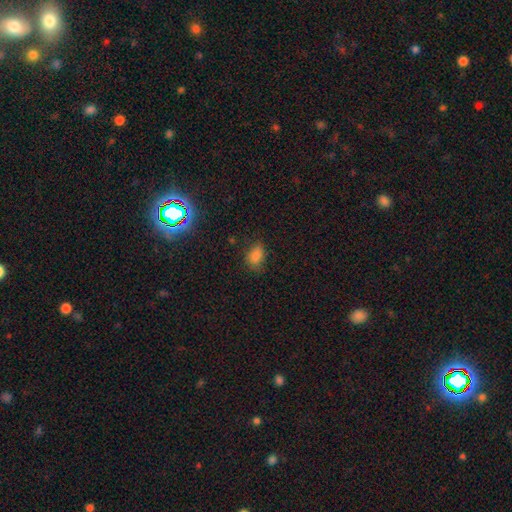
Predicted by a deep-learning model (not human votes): Morphology: type=smooth (78%); roundness=in between (79%); merging=none (70%).